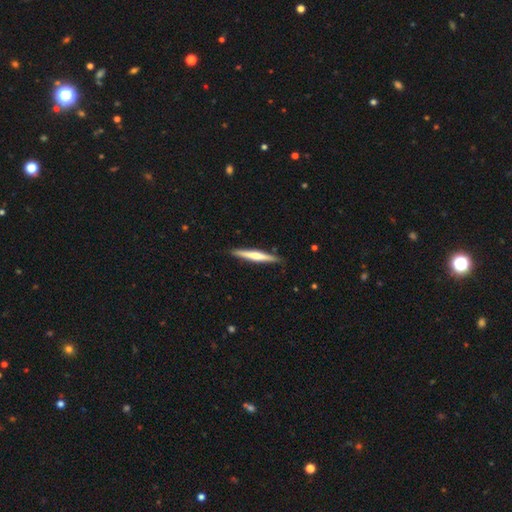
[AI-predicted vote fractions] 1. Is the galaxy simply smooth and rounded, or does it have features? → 54% featured or disk, 41% smooth, 5% star or artifact.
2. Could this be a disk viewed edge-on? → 97% yes, 3% no.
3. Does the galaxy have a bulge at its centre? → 64% rounded, 26% none, 10% boxy.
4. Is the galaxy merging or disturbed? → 89% none, 8% minor disturbance, 1% major disturbance, 1% merger.